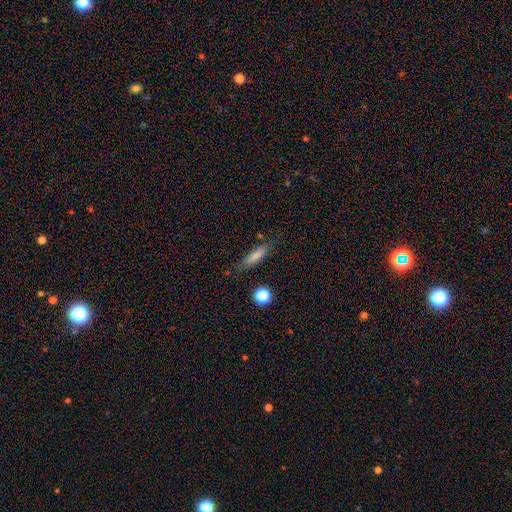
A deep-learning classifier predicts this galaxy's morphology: type=smooth (74%); roundness=cigar-shaped (69%); merging=none (73%).